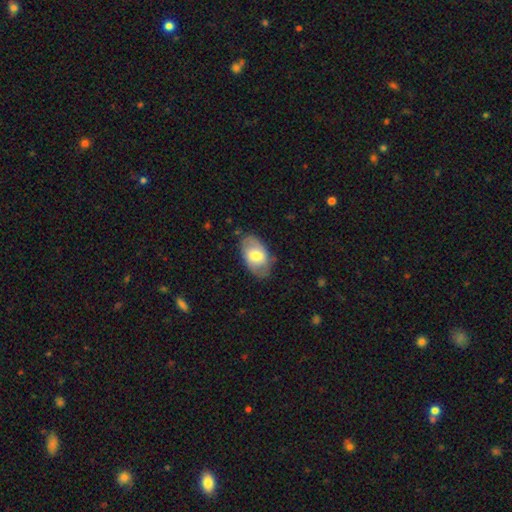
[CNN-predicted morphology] The model was most divided on "smooth or featured": smooth: 61%, featured or disk: 33%, star or artifact: 6%. More confident: how rounded — in between (92%); merging — none (73%).